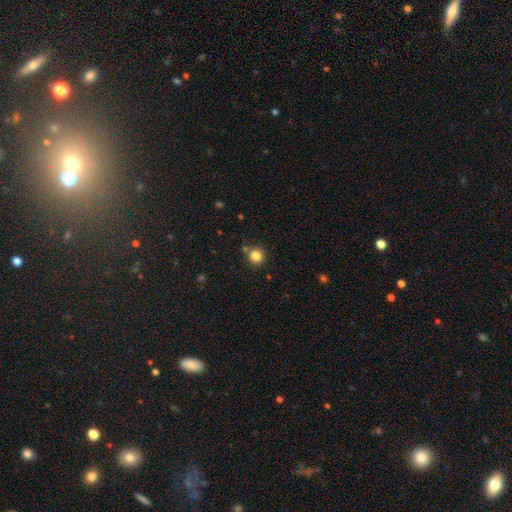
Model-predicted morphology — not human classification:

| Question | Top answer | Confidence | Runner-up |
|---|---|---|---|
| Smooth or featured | smooth | 83% | star or artifact (12%) |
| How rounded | round | 94% | in between (5%) |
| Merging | none | 81% | minor disturbance (8%) |